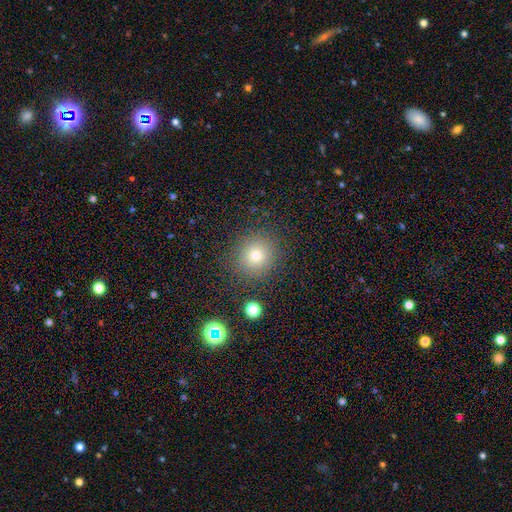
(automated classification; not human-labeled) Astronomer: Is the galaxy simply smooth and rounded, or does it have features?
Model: smooth — 75%.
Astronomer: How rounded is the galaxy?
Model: round — 89%.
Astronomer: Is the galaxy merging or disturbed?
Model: none — 88%.